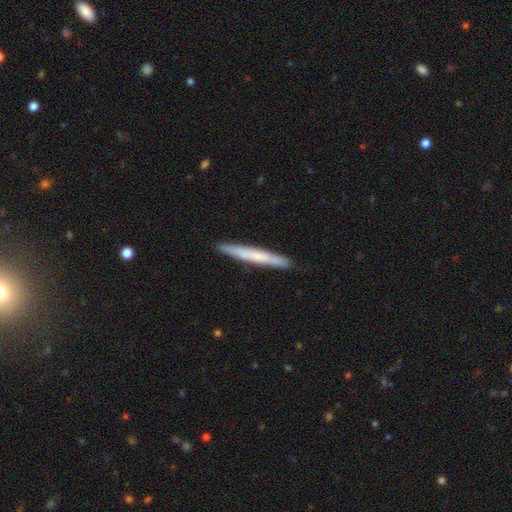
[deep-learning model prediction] A smooth galaxy with no disk features (58%) that is cigar-shaped (97%). Merging: none (90%).